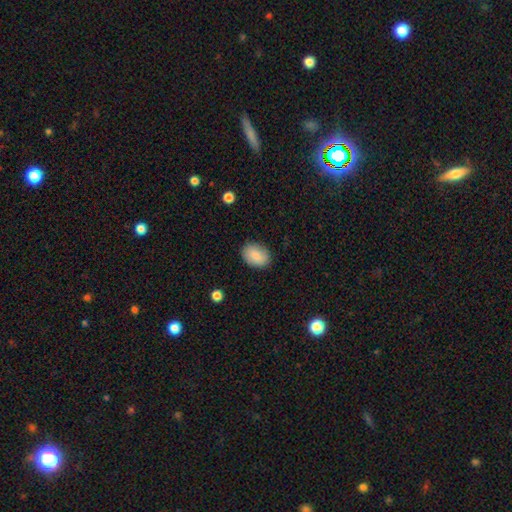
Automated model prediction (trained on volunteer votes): Smooth or featured? smooth (85%)
How rounded? in between (76%)
Merging? none (87%)